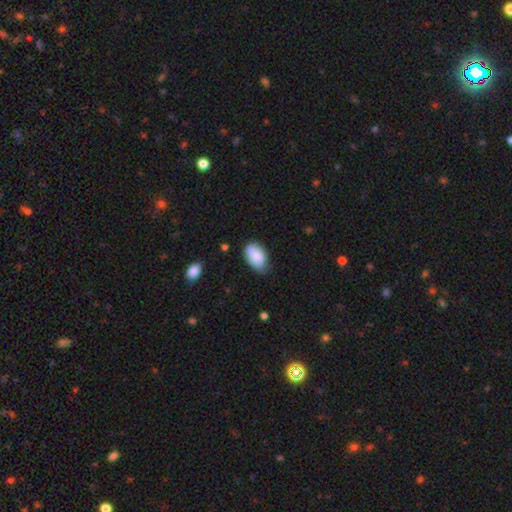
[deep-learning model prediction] Smooth or featured? Predicted: smooth (p=0.86). How rounded? Predicted: in between (p=0.92). Merging? Predicted: none (p=0.57).